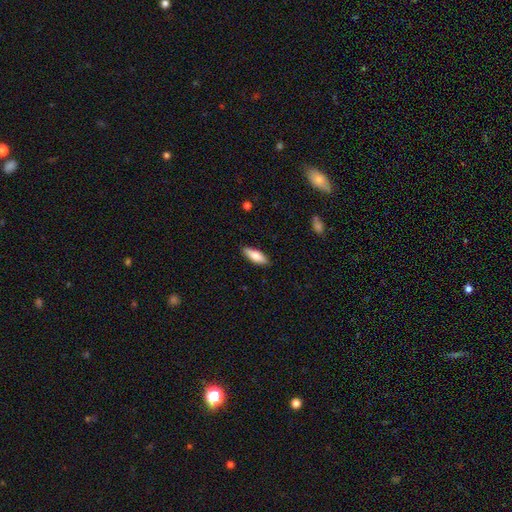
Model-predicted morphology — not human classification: type=smooth (76%); roundness=in between (63%); merging=none (89%).